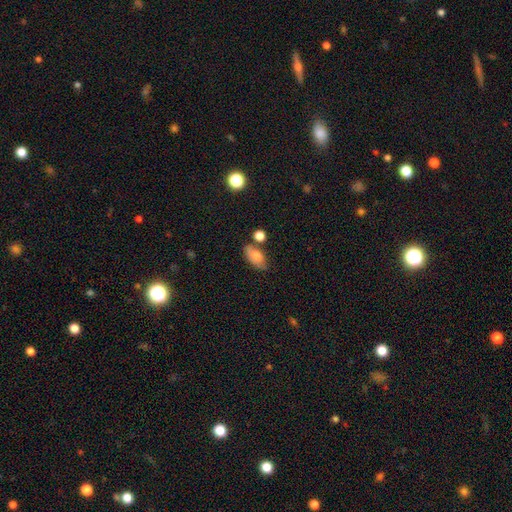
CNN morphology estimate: A smooth galaxy with no disk features (77%) that is in between round and cigar-shaped (89%).

Vote fractions:
- Smooth or featured? smooth: 77% / featured or disk: 14% / star or artifact: 9%
- How rounded? in between: 89% / round: 6% / cigar-shaped: 5%
- Merging? none: 58% / minor disturbance: 23% / merger: 13% / major disturbance: 7%